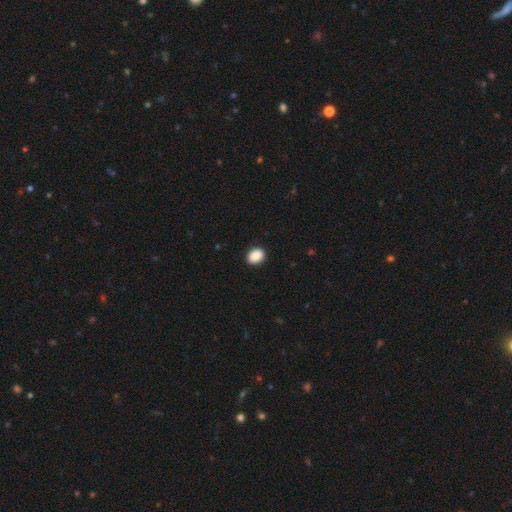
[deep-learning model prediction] Q: Smooth or featured?
A: smooth (90%); runner-up: star or artifact (8%)
Q: How rounded?
A: in between (62%); runner-up: round (37%)
Q: Merging?
A: none (90%); runner-up: minor disturbance (7%)